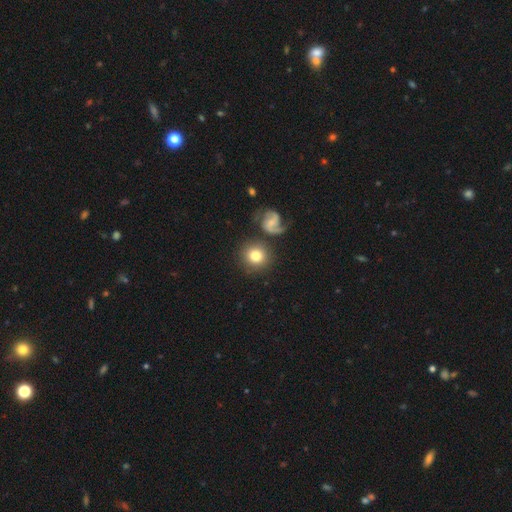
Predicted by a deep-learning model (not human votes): Smooth or featured? smooth (72%)
How rounded? round (90%)
Merging? none (76%)